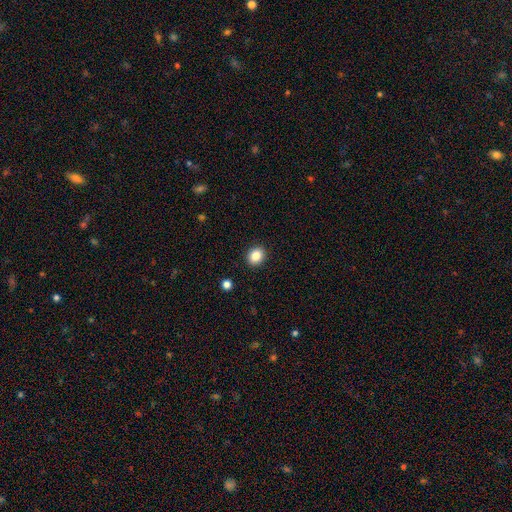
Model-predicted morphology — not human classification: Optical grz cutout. It shows a smooth galaxy with no disk features (86%) that is round (65%). Merging: none (91%).